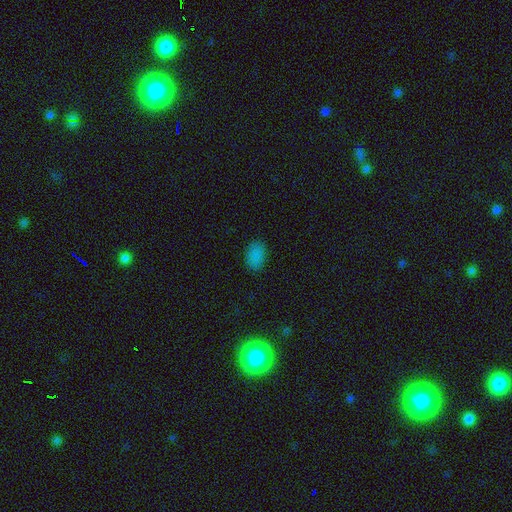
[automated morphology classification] A smooth galaxy with no disk features (84%) that is in between round and cigar-shaped (90%). Merging: none (85%).